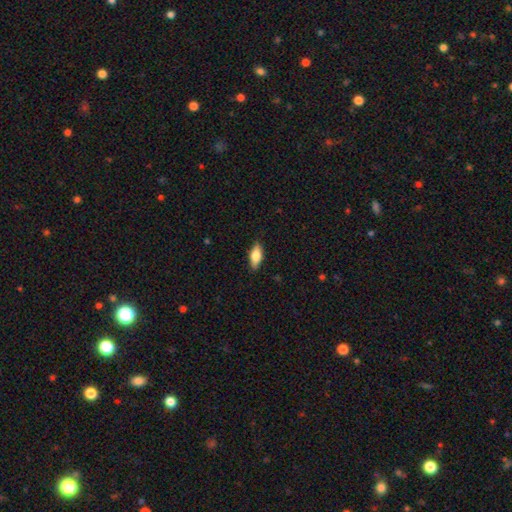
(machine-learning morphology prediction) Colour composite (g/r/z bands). It shows a smooth galaxy with no disk features (74%) that is in between round and cigar-shaped (80%). Merging: none (86%).